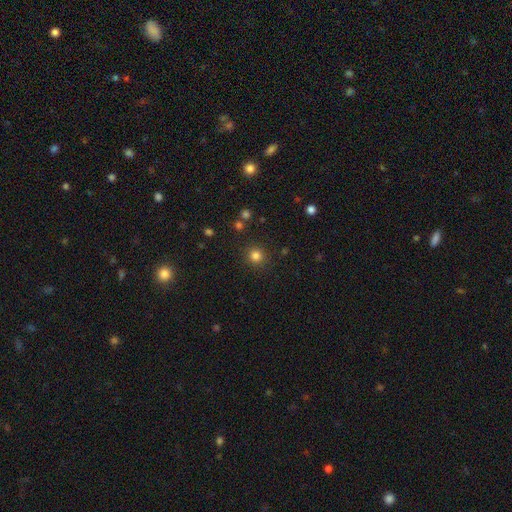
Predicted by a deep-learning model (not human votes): Smooth or featured? smooth (81%)
How rounded? round (93%)
Merging? none (89%)